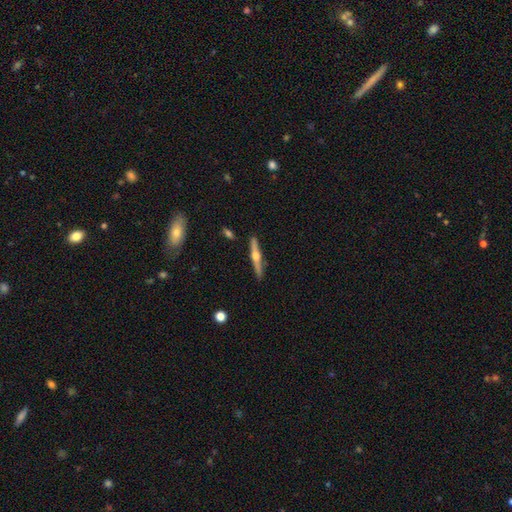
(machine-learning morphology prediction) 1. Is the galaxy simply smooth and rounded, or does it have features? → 72% featured or disk, 23% smooth, 5% star or artifact.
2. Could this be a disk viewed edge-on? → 98% yes, 2% no.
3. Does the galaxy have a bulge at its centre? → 94% rounded, 3% none, 3% boxy.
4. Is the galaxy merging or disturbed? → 90% none, 7% minor disturbance, 2% merger, 2% major disturbance.